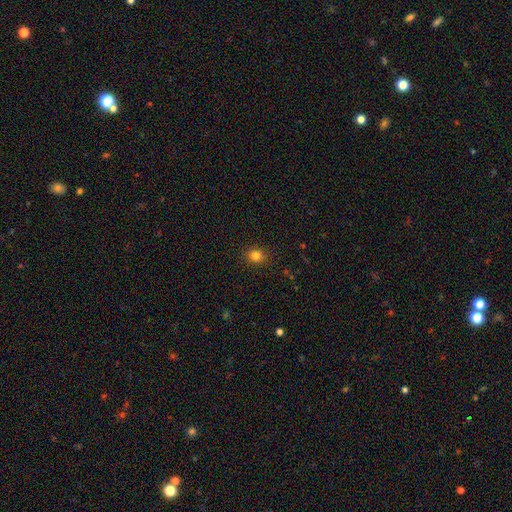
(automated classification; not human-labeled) Smooth or featured? Predicted: smooth (p=0.81). How rounded? Predicted: round (p=0.80). Merging? Predicted: none (p=0.90).